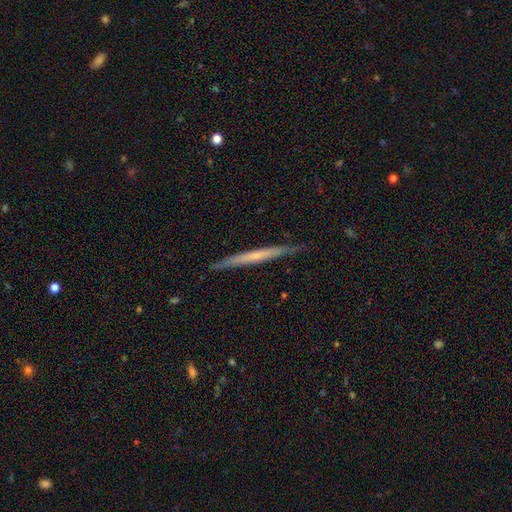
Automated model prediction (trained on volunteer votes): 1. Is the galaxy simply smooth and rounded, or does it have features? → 54% featured or disk, 41% smooth, 5% star or artifact.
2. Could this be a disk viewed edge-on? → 97% yes, 3% no.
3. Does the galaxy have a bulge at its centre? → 79% none, 16% rounded, 5% boxy.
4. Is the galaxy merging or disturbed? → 87% none, 11% minor disturbance, 2% major disturbance, 1% merger.